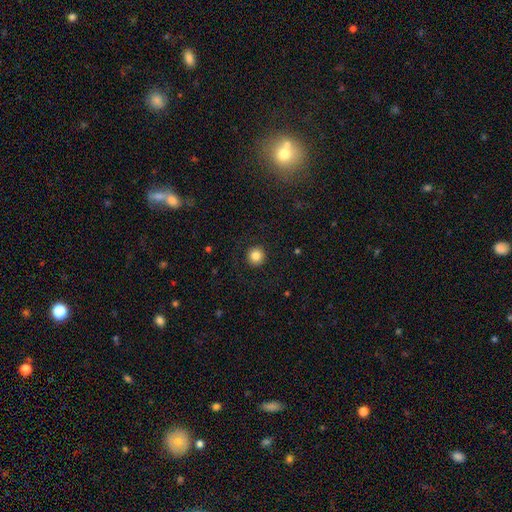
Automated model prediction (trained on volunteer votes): A smooth galaxy with no disk features (84%) that is round (95%).

Vote fractions:
- Smooth or featured? smooth: 84% / star or artifact: 11% / featured or disk: 6%
- How rounded? round: 95% / in between: 4% / cigar-shaped: 1%
- Merging? none: 92% / minor disturbance: 5% / major disturbance: 2% / merger: 1%